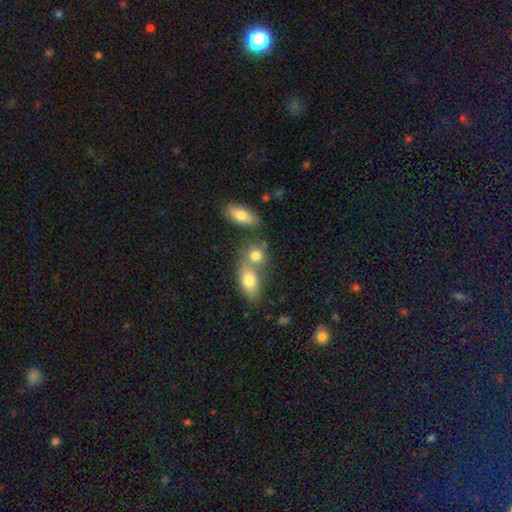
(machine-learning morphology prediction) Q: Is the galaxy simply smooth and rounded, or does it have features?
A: smooth — 78%.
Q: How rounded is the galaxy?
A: in between — 49%.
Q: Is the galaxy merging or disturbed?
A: merger — 51%.